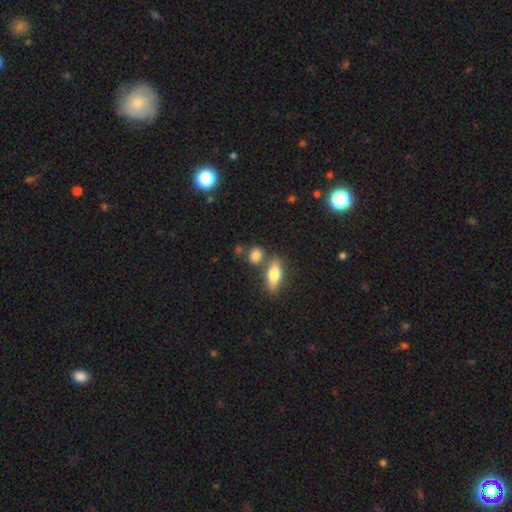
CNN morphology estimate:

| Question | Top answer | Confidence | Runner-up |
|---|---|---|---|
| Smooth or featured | smooth | 82% | featured or disk (9%) |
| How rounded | in between | 48% | round (44%) |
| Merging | none | 63% | merger (21%) |